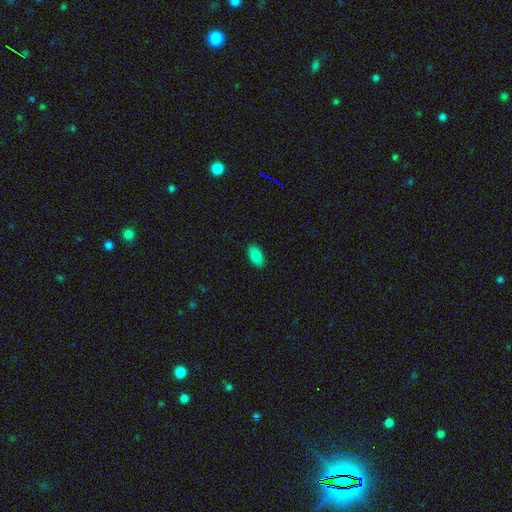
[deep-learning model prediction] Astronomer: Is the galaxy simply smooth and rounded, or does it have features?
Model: smooth — 84%.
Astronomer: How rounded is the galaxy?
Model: in between — 93%.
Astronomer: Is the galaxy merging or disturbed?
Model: none — 88%.